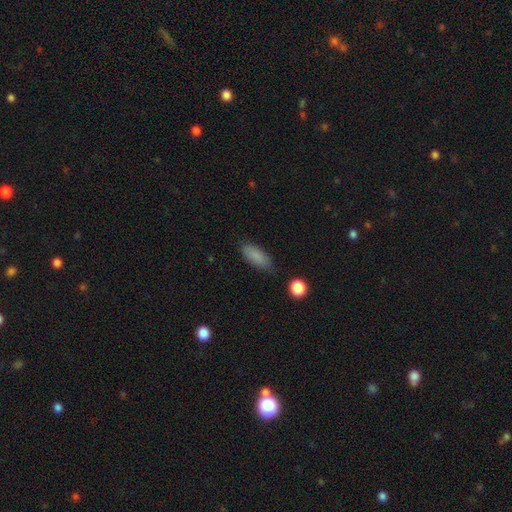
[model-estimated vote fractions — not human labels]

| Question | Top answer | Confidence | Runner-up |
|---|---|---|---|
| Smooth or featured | smooth | 86% | star or artifact (8%) |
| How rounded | in between | 77% | cigar-shaped (21%) |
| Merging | none | 81% | minor disturbance (14%) |